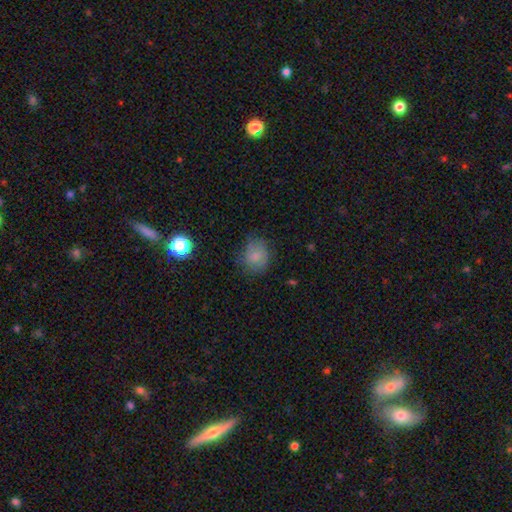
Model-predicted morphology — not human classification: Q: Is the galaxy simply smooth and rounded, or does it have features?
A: smooth — 76%.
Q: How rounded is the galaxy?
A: round — 62%.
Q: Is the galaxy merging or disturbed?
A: none — 64%.